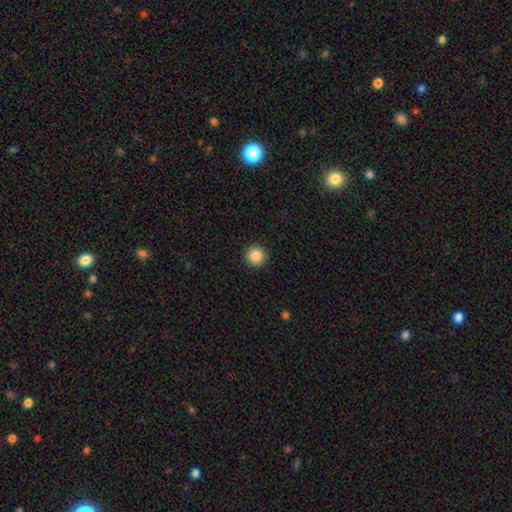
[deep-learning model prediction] Smooth or featured: smooth — 86% (star or artifact — 10%)
How rounded: round — 96% (in between — 3%)
Merging: none — 93% (minor disturbance — 4%)